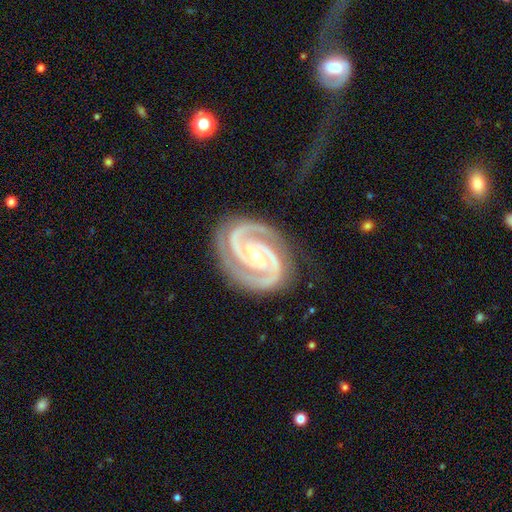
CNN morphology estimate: smooth_or_featured: featured or disk (p=0.94) [alt: star or artifact p=0.04]
disk_edge_on: no (p=0.98) [alt: yes p=0.02]
bar: no (p=0.45) [alt: weak p=0.28]
has_spiral_arms: yes (p=0.99) [alt: no p=0.01]
spiral_winding: tight (p=0.68) [alt: medium p=0.29]
spiral_arm_count: 2 (p=0.92) [alt: 3 p=0.03]
bulge_size: small (p=0.69) [alt: moderate p=0.28]
merging: none (p=0.79) [alt: minor disturbance p=0.14]